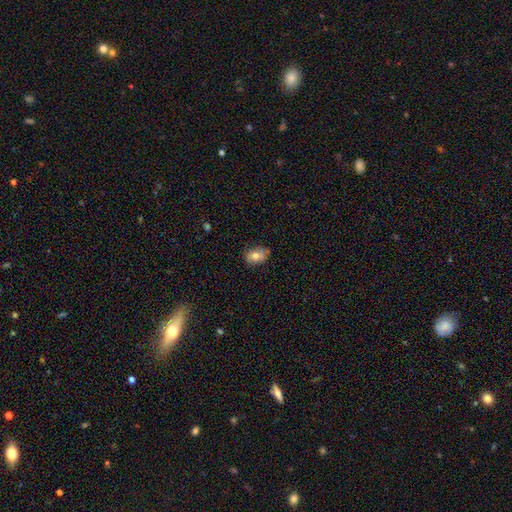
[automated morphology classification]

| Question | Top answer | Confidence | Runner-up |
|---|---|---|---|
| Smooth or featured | smooth | 74% | featured or disk (18%) |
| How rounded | in between | 80% | round (19%) |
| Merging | none | 71% | minor disturbance (23%) |